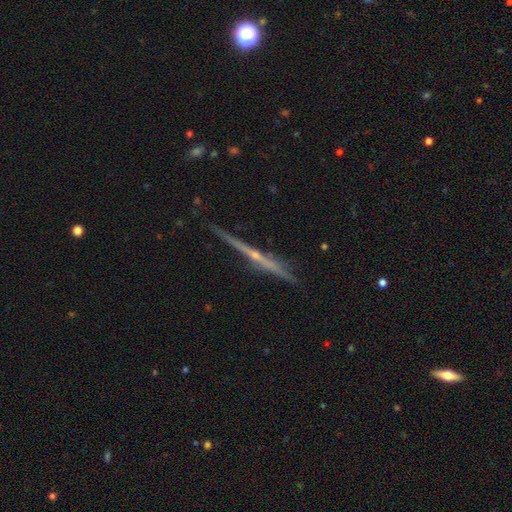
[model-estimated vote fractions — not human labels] featured or disk 77%, smooth 15%, star or artifact 8%. Down the decision tree: edge-on disk — yes (98%); edge-on bulge — rounded (57%); merging — none (86%).